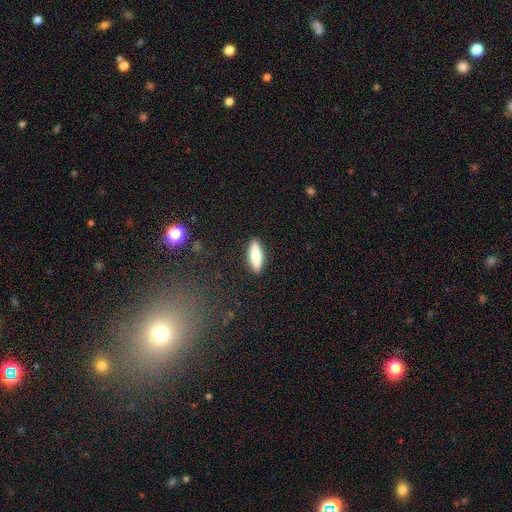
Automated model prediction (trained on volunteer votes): Morphology: type=smooth (72%); roundness=in between (50%); merging=none (89%).